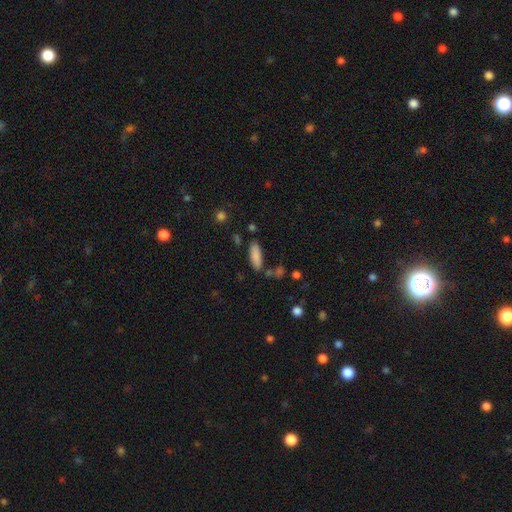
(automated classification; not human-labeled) Smooth or featured? smooth (86%)
How rounded? in between (63%)
Merging? none (78%)